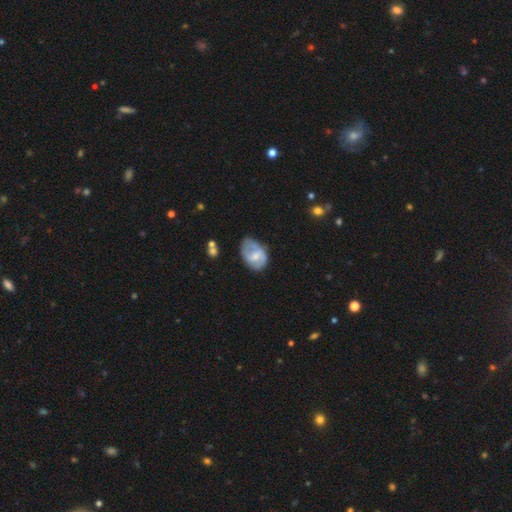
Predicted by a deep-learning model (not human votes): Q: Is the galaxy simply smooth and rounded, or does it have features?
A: featured or disk — 54%.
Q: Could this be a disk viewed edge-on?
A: no — 97%.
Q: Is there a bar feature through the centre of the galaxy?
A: weak — 49%.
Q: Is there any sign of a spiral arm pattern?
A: yes — 73%.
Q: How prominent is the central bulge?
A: small — 47%.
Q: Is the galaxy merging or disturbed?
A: none — 49%.